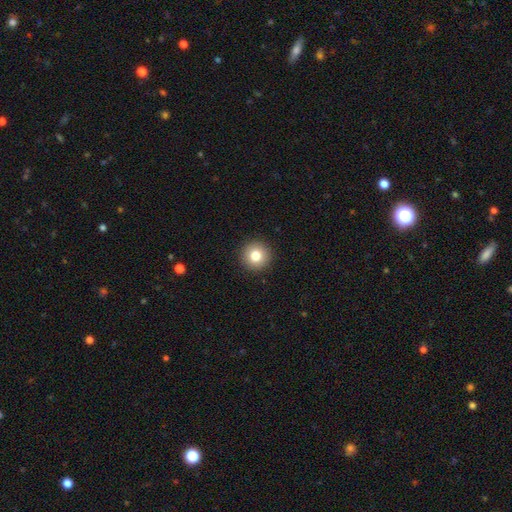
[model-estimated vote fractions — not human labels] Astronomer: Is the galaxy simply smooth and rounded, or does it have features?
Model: smooth — 80%.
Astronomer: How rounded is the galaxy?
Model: round — 96%.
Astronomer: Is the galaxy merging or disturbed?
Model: none — 93%.